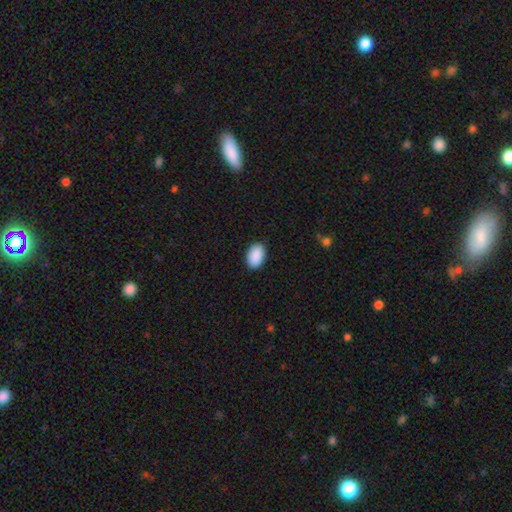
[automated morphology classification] This appears to be a smooth galaxy with no disk features (92%) that is in between round and cigar-shaped (90%). Merging: none (90%).